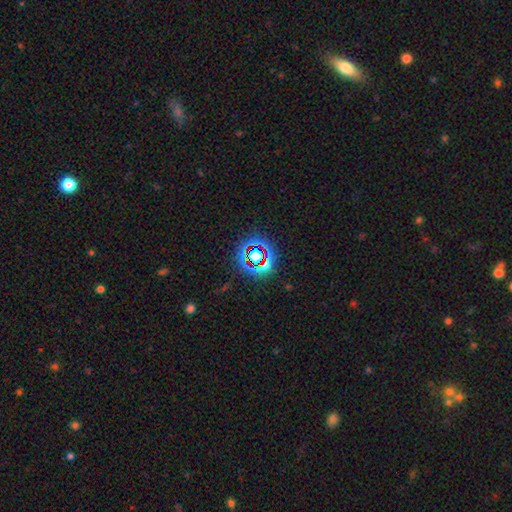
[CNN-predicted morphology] A star or artifact, not a galaxy (70%).

Vote fractions:
- Smooth or featured? star or artifact: 70% / smooth: 20% / featured or disk: 11%